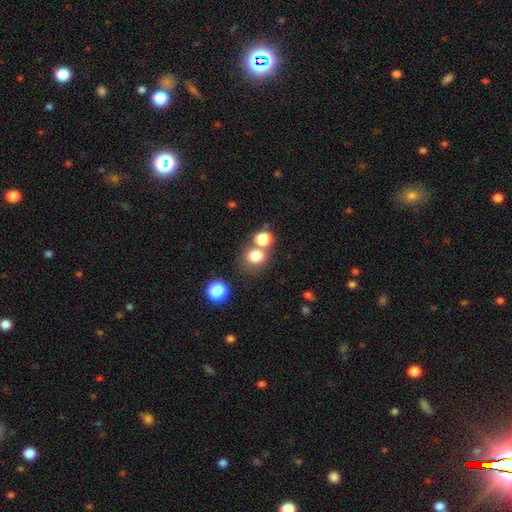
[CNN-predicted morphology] smooth-or-featured: smooth: 78% | star or artifact: 13% | featured or disk: 9%
  how-rounded: round: 69% | in between: 30% | cigar-shaped: 1%
  merging: none: 51% | merger: 35% | minor disturbance: 9% | major disturbance: 4%